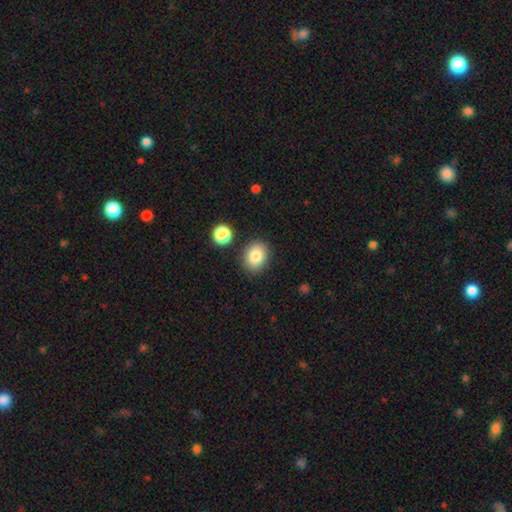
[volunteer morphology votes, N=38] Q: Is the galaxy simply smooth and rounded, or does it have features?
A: smooth — 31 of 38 (82%).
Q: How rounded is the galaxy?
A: round — 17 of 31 (55%).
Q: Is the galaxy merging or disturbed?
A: none — 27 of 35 (77%).